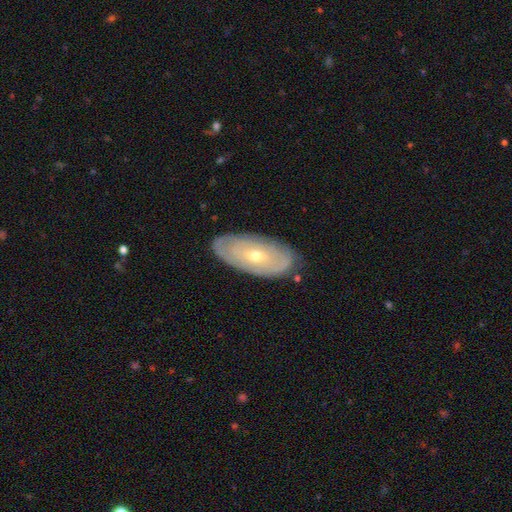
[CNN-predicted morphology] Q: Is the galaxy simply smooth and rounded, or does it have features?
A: featured or disk — 67%.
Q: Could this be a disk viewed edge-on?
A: no — 88%.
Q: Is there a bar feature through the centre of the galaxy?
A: no — 70%.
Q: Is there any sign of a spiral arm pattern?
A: yes — 62%.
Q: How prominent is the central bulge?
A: small — 55%.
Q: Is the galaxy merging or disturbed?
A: none — 82%.